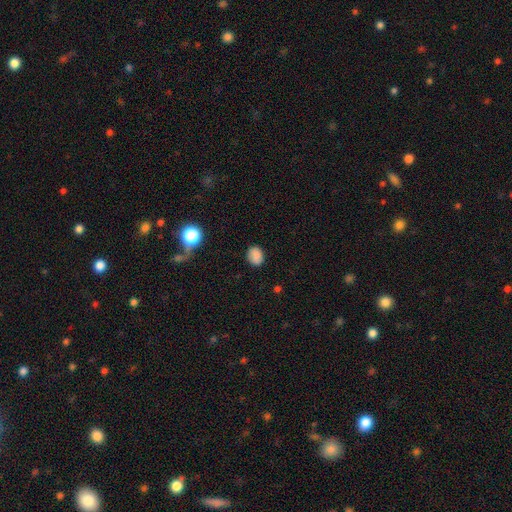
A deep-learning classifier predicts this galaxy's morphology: Smooth or featured? Predicted: smooth (p=0.84). How rounded? Predicted: round (p=0.51). Merging? Predicted: none (p=0.82).